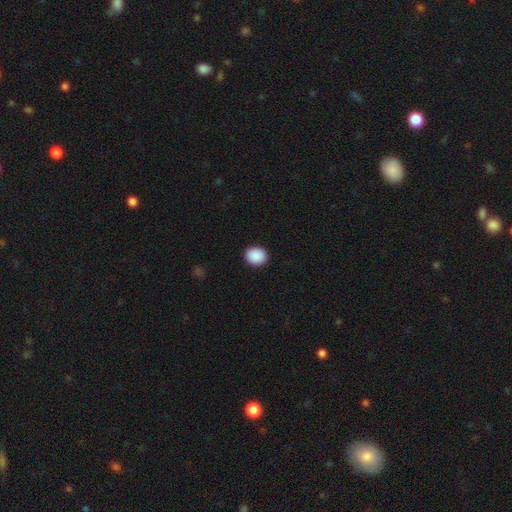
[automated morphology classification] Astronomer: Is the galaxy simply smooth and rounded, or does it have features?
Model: smooth — 91%.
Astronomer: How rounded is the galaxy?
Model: round — 66%.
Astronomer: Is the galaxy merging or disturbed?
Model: none — 92%.